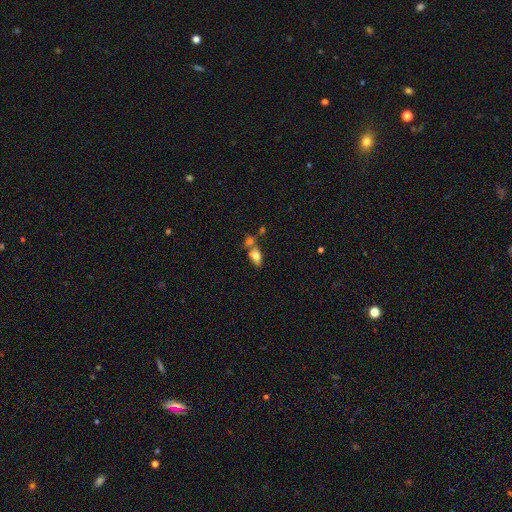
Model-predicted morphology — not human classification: The model was most divided on "merging": none: 42%, merger: 41%, minor disturbance: 12%, major disturbance: 5%. More confident: how rounded — in between (85%); smooth or featured — smooth (72%).